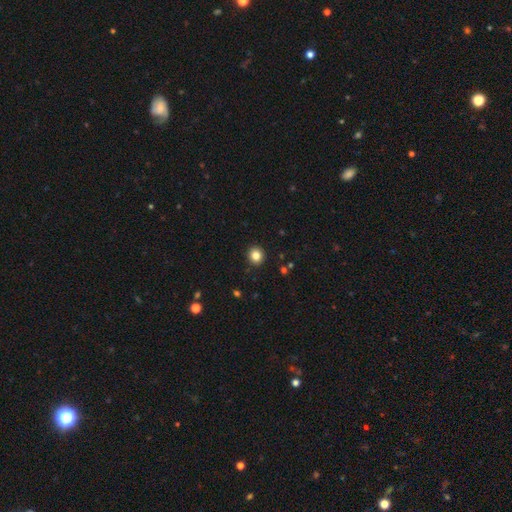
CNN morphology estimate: smooth-or-featured: smooth: 83% | star or artifact: 11% | featured or disk: 6%
  how-rounded: round: 88% | in between: 11% | cigar-shaped: 1%
  merging: none: 92% | minor disturbance: 5% | major disturbance: 2% | merger: 1%